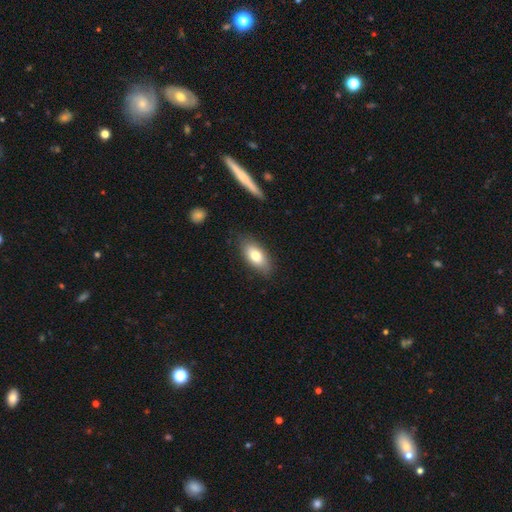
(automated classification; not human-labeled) A smooth galaxy with no disk features (75%) that is in between round and cigar-shaped (88%).

Vote fractions:
- Smooth or featured? smooth: 75% / featured or disk: 18% / star or artifact: 7%
- How rounded? in between: 88% / cigar-shaped: 7% / round: 4%
- Merging? none: 82% / minor disturbance: 13% / major disturbance: 3% / merger: 2%